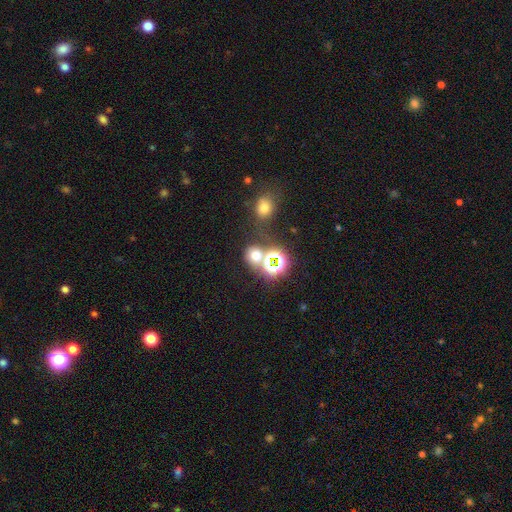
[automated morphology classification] Smooth or featured? smooth (56%)
How rounded? round (79%)
Merging? none (60%)